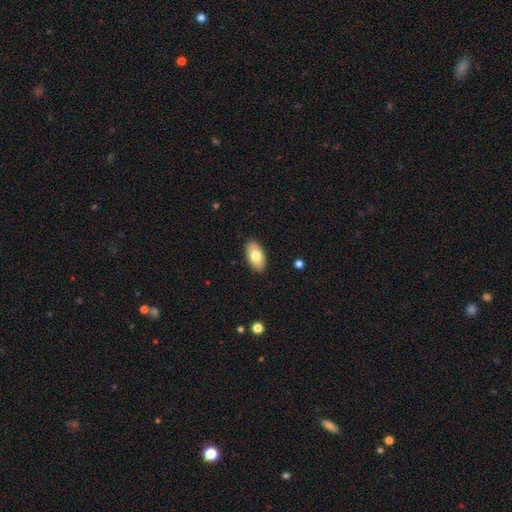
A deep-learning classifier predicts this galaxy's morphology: Q: Smooth or featured?
A: smooth (76%); runner-up: featured or disk (18%)
Q: How rounded?
A: in between (95%); runner-up: round (3%)
Q: Merging?
A: none (88%); runner-up: minor disturbance (9%)